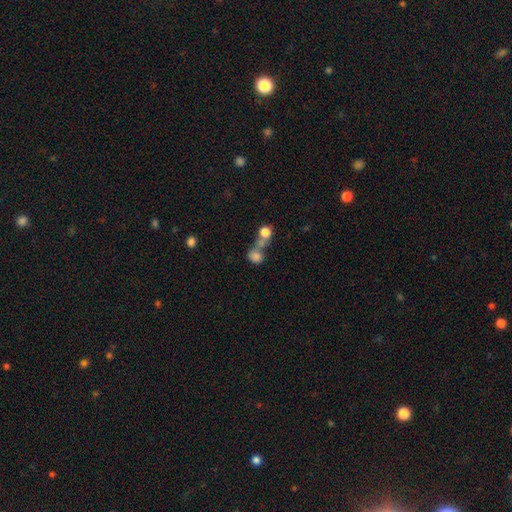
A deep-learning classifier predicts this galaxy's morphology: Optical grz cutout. It shows a smooth galaxy with no disk features (77%) that is round (66%). Merging: merger (57%).